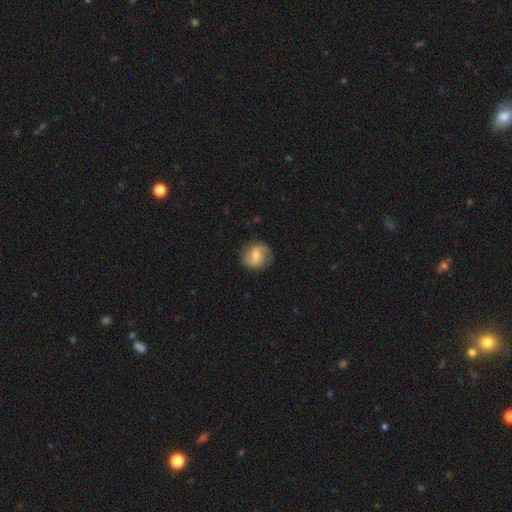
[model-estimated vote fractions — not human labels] featured or disk 53%, smooth 40%, star or artifact 7%. Down the decision tree: edge-on disk — no (97%); bar — weak (50%); spiral arms — yes (81%); bulge size — moderate (47%); merging — none (82%).